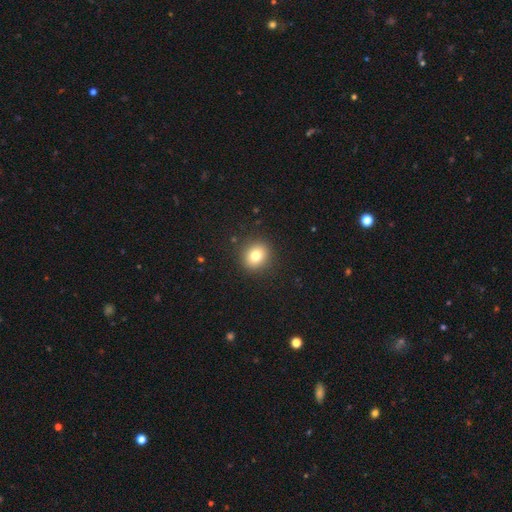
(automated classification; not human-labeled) This is likely a smooth galaxy (79%). How rounded: likely round (75%). Merging: clearly none (90%).